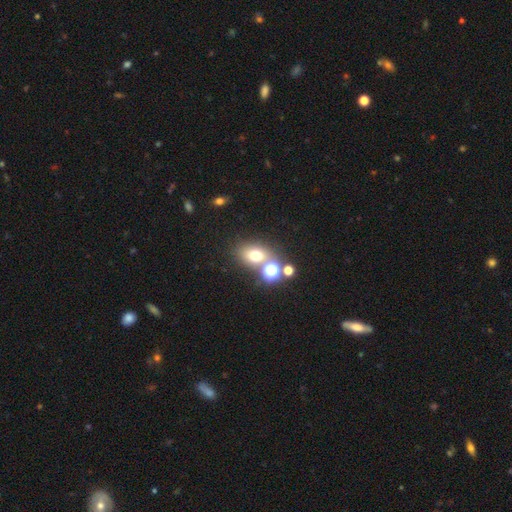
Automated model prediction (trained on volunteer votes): Smooth or featured? Predicted: smooth (p=0.66). How rounded? Predicted: in between (p=0.53). Merging? Predicted: none (p=0.57).